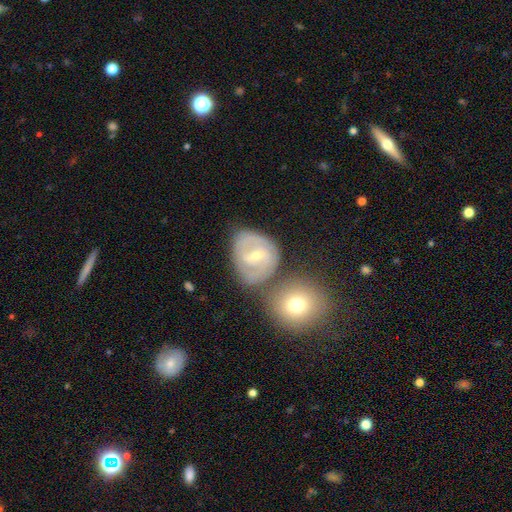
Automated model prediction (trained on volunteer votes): This is likely a featured or disk galaxy (76%). It is clearly not viewed edge-on (97%). Bar: possibly weak (57%). Spiral arm pattern: clearly yes (91%). Spiral arm count: likely 2 (62%). Spiral winding: possibly tight (52%). Central bulge: possibly small (56%). Merging: possibly none (56%).